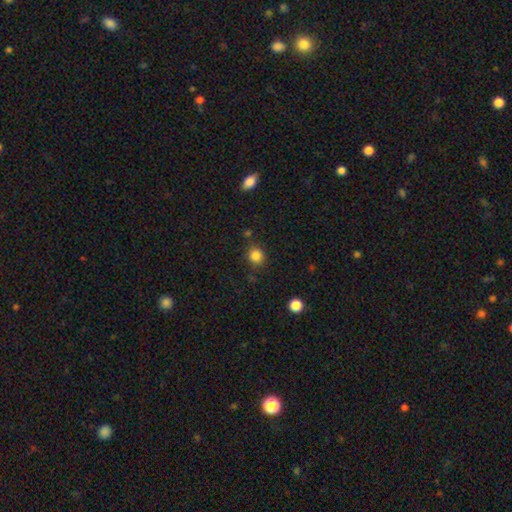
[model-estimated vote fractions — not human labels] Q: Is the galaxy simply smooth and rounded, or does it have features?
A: smooth — 84%.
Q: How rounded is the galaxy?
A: round — 87%.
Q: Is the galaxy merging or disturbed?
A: none — 84%.